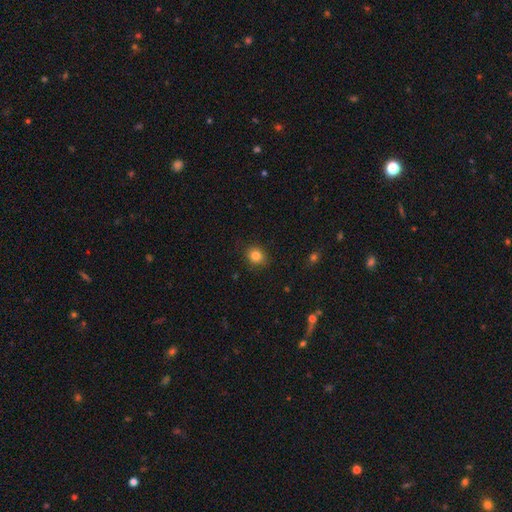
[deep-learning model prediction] Smooth or featured? Predicted: smooth (p=0.84). How rounded? Predicted: round (p=0.74). Merging? Predicted: none (p=0.87).